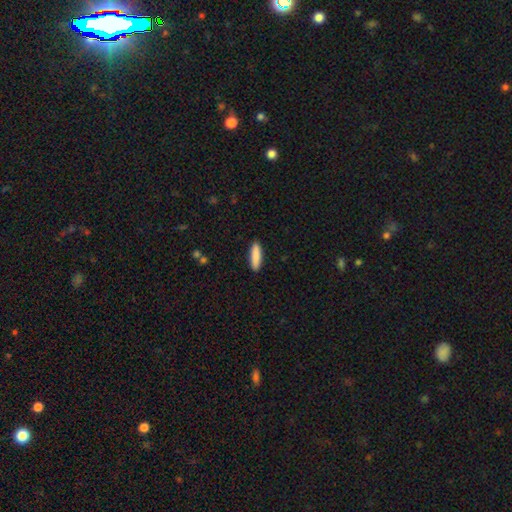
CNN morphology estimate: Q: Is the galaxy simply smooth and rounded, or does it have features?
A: smooth — 88%.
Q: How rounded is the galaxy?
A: cigar-shaped — 70%.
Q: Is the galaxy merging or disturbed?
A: none — 90%.